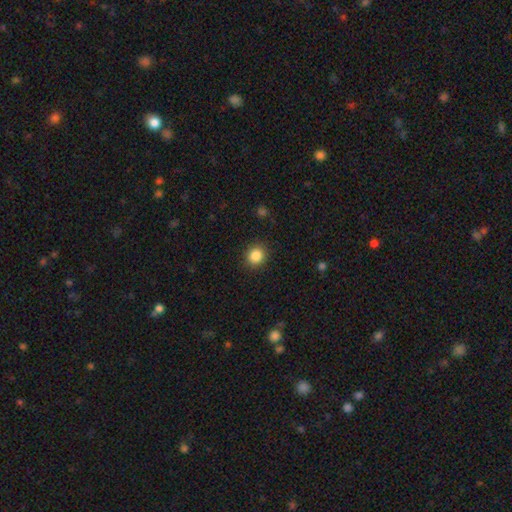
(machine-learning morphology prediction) The model was most divided on "how rounded": round: 85%, in between: 14%, cigar-shaped: 1%. More confident: merging — none (89%); smooth or featured — smooth (86%).